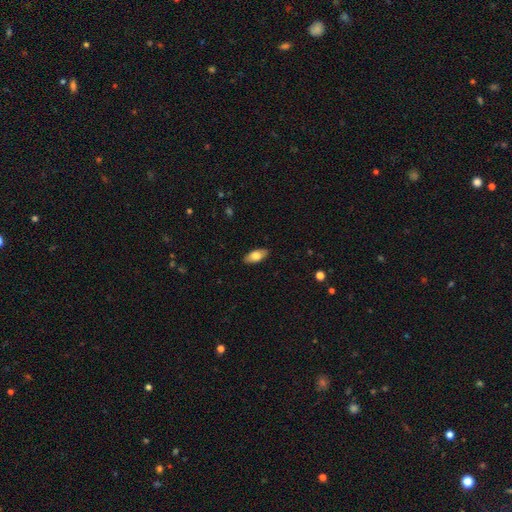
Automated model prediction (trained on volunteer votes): smooth 77%, featured or disk 17%, star or artifact 6%. Down the decision tree: how rounded — in between (90%); merging — none (88%).